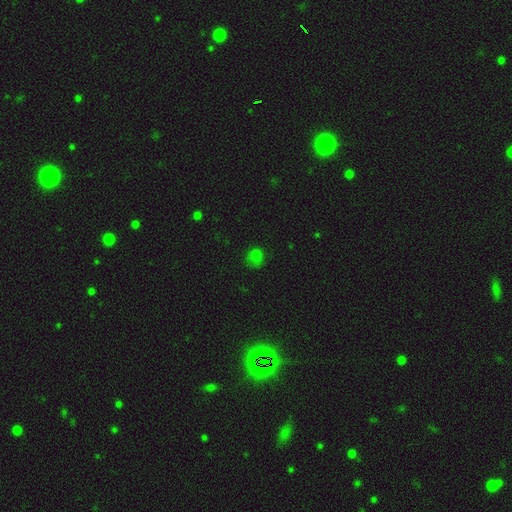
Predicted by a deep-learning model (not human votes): Smooth or featured? smooth (72%)
How rounded? round (79%)
Merging? none (69%)